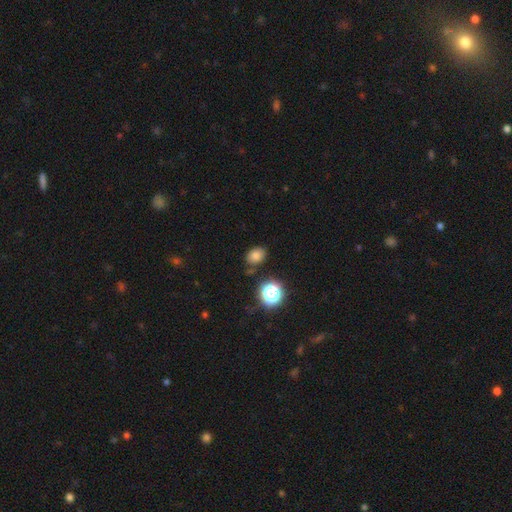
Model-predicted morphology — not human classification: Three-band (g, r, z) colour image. It shows a smooth galaxy with no disk features (76%) that is in between round and cigar-shaped (68%). Merging: none (81%).